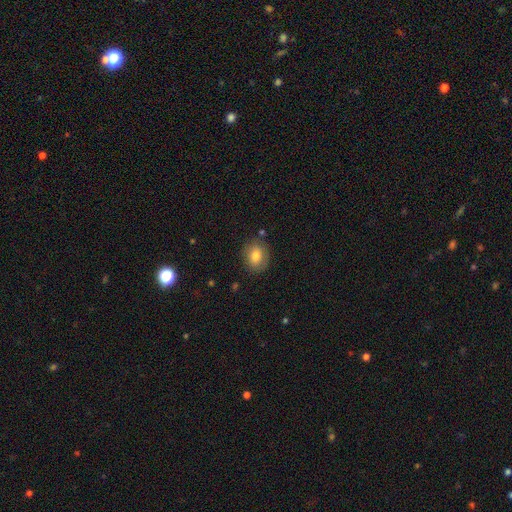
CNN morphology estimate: smooth-or-featured: smooth: 80% | featured or disk: 11% | star or artifact: 9%
  how-rounded: round: 50% | in between: 49% | cigar-shaped: 1%
  merging: none: 83% | minor disturbance: 12% | major disturbance: 3% | merger: 2%